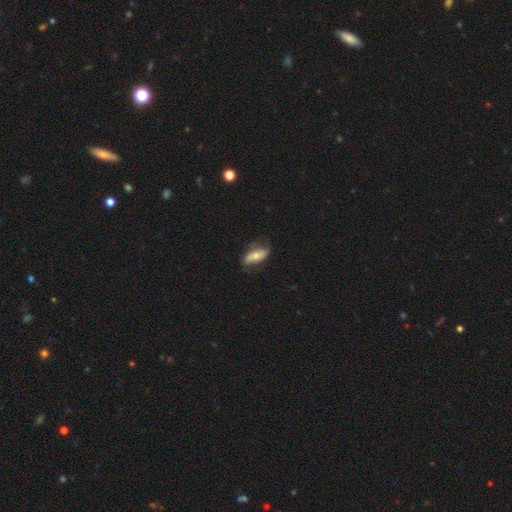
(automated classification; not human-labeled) Smooth or featured? smooth (49%)
Merging? none (64%)